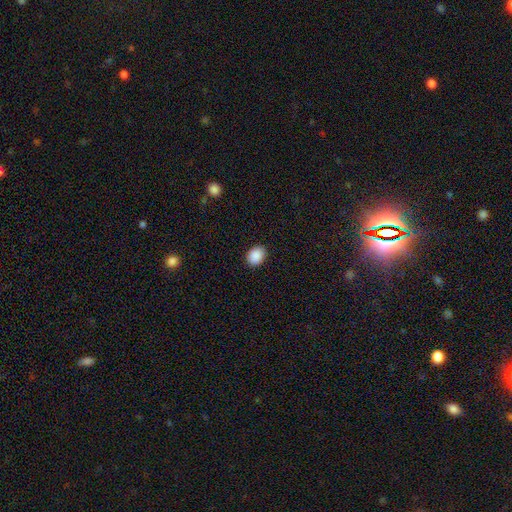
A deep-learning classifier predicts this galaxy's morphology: smooth-or-featured: smooth: 90% | star or artifact: 8% | featured or disk: 3%
  how-rounded: in between: 61% | round: 38% | cigar-shaped: 1%
  merging: none: 90% | minor disturbance: 7% | major disturbance: 2% | merger: 1%